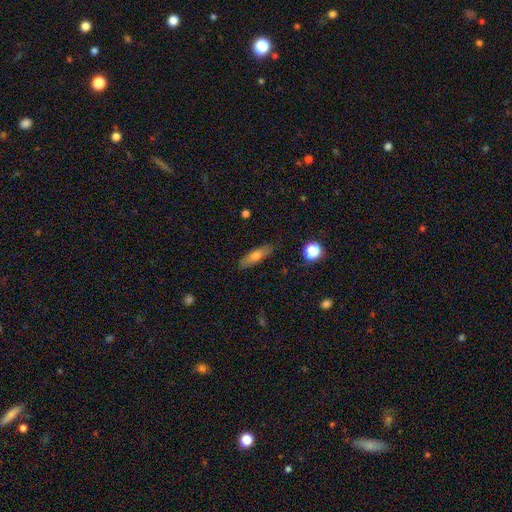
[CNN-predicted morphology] A smooth galaxy with no disk features (65%) that is cigar-shaped (52%). Merging: none (85%).